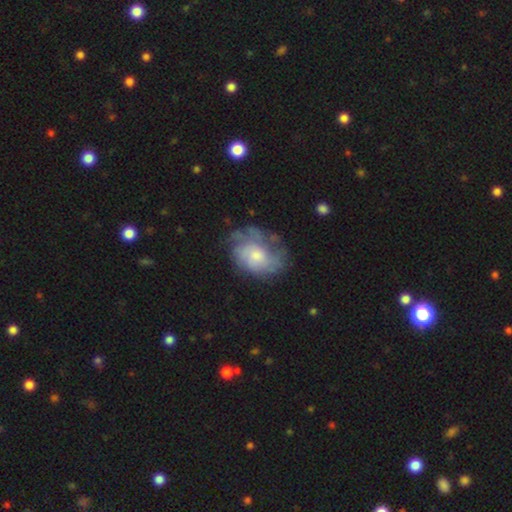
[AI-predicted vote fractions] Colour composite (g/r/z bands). It shows a featured or disk galaxy (61%) with no bar (81%), spiral arms (71%) and a moderate central bulge (52%). Merging: none (59%).